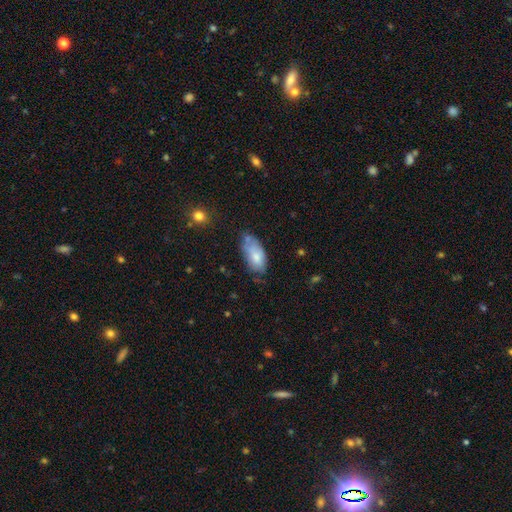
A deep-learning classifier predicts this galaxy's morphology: Overall: smooth (77%). How rounded: in between (92%). Merging: none (44%; minor disturbance 36%).